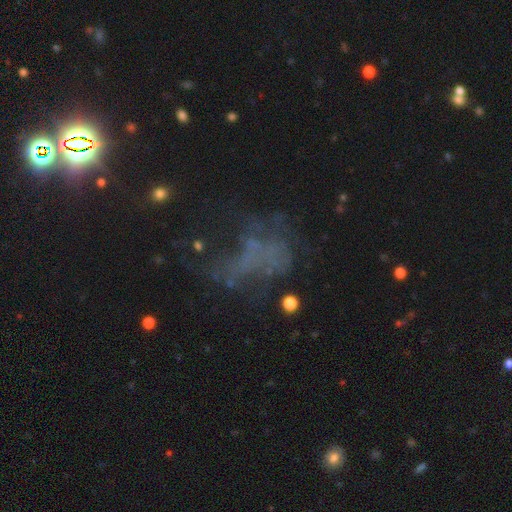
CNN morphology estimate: Q: Smooth or featured?
A: star or artifact (40%); runner-up: featured or disk (37%)